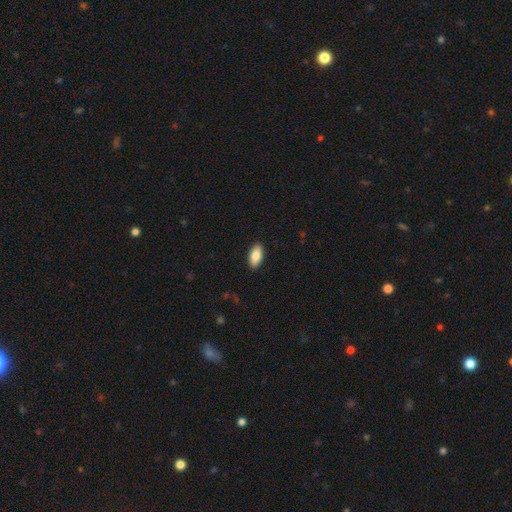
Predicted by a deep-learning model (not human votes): The model was most divided on "smooth or featured": smooth: 85%, featured or disk: 9%, star or artifact: 6%. More confident: merging — none (91%); how rounded — in between (90%).